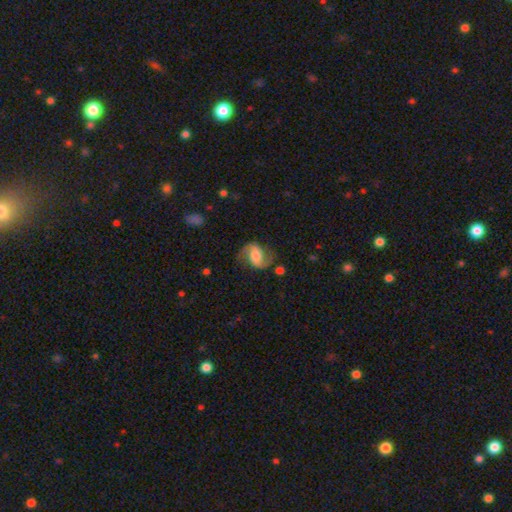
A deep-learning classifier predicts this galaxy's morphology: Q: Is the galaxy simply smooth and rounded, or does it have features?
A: featured or disk — 72%.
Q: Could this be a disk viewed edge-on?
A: no — 97%.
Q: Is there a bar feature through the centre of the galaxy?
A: weak — 39%.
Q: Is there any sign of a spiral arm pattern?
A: yes — 93%.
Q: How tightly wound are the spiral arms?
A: medium — 44%.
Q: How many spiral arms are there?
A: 2 — 91%.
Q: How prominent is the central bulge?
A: moderate — 44%.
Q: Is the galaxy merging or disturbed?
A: none — 67%.